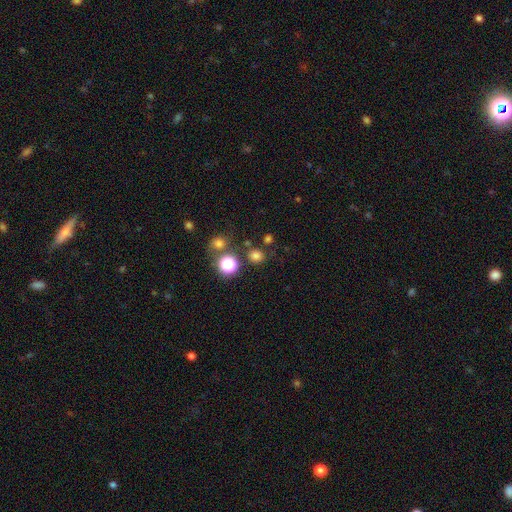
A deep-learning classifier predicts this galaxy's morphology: The model was most divided on "smooth or featured": smooth: 74%, star or artifact: 21%, featured or disk: 5%. More confident: how rounded — round (85%); merging — none (80%).